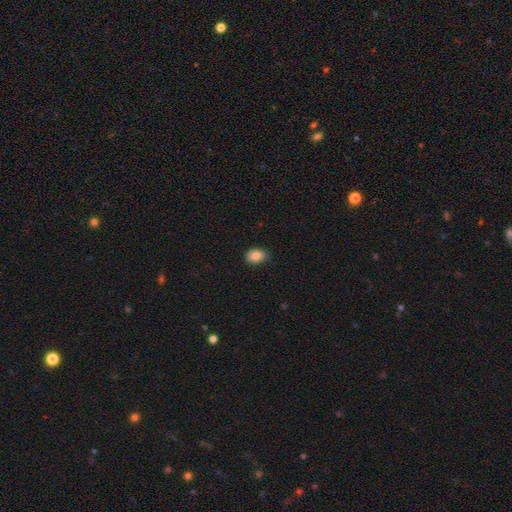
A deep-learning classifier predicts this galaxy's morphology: Smooth or featured: smooth — 85% (star or artifact — 8%)
How rounded: in between — 79% (round — 20%)
Merging: none — 80% (minor disturbance — 16%)